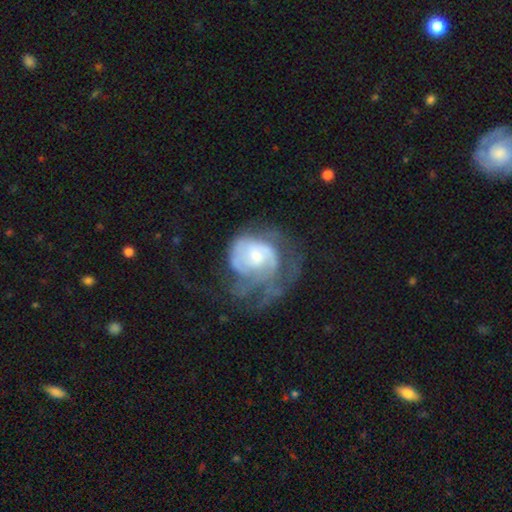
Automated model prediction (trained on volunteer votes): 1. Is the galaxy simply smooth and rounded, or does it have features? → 76% featured or disk, 18% smooth, 7% star or artifact.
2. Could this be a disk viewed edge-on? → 98% no, 2% yes.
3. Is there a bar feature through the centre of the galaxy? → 66% no, 29% weak, 5% strong.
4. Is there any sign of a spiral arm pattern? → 84% yes, 16% no.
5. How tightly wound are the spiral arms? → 48% tight, 35% medium, 17% loose.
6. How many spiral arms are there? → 39% can't tell, 29% 2, 14% 3, 9% 1, 5% 4, 4% more than 4.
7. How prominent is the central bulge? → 47% small, 41% moderate, 7% large, 4% none, 1% dominant.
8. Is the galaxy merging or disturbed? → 43% major disturbance, 32% none, 21% minor disturbance, 4% merger.